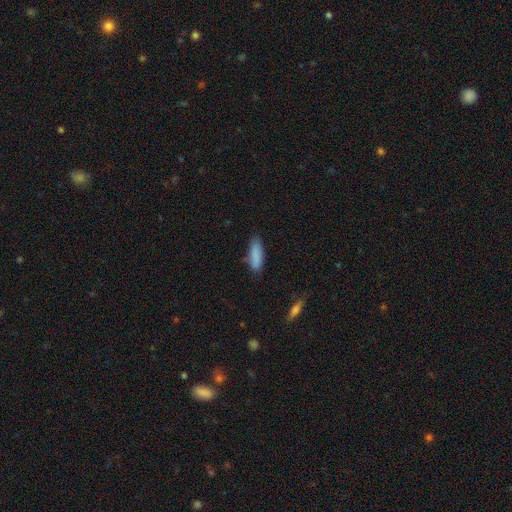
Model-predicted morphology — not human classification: smooth_or_featured: smooth (p=0.87) [alt: star or artifact p=0.07]
how_rounded: in between (p=0.58) [alt: cigar-shaped p=0.40]
merging: none (p=0.74) [alt: minor disturbance p=0.20]